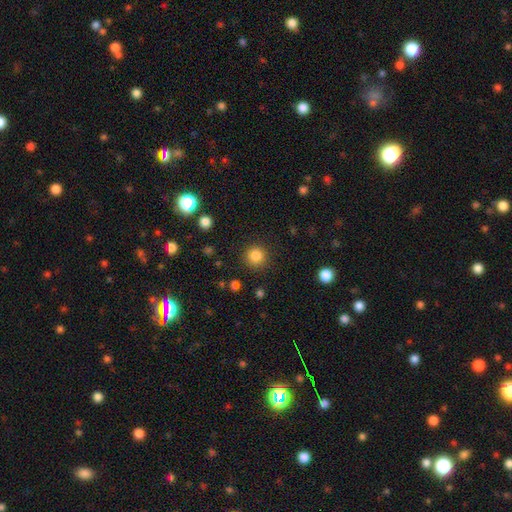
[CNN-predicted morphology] A smooth galaxy with no disk features (84%) that is round (94%). Merging: none (89%).